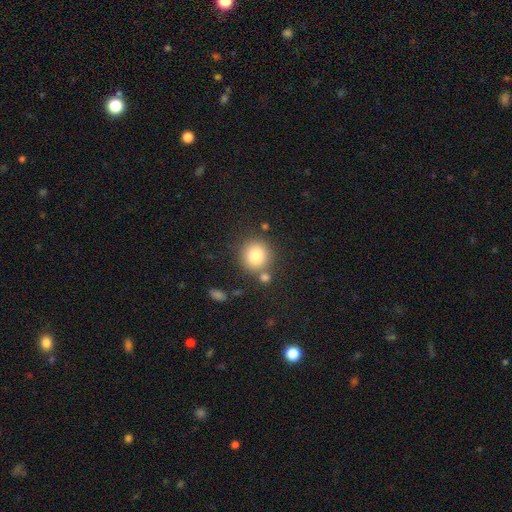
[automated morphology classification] This is clearly a smooth galaxy (82%). How rounded: clearly round (89%). Merging: likely none (73%).